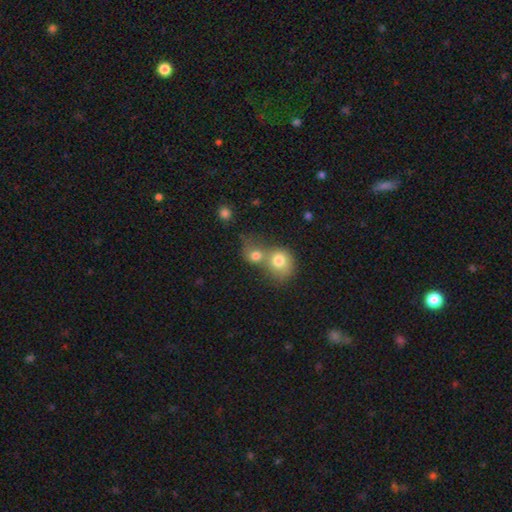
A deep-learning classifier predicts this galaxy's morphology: Smooth or featured? smooth (77%)
How rounded? round (71%)
Merging? merger (66%)